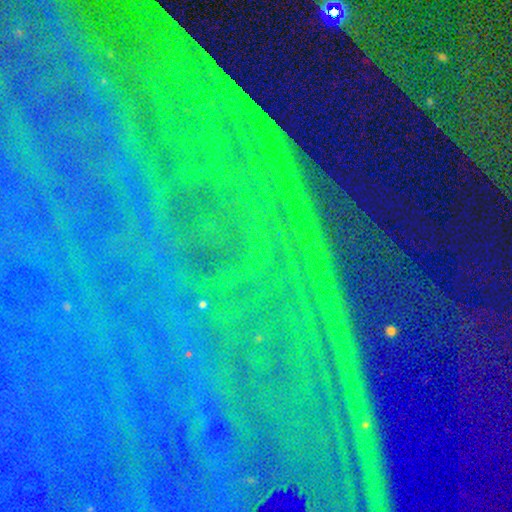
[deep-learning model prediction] Smooth or featured? star or artifact (87%)